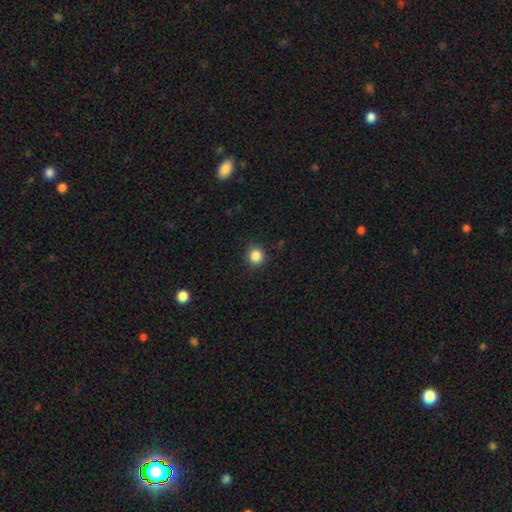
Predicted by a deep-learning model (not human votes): The model was most divided on "smooth or featured": smooth: 86%, star or artifact: 11%, featured or disk: 3%. More confident: how rounded — round (91%); merging — none (90%).